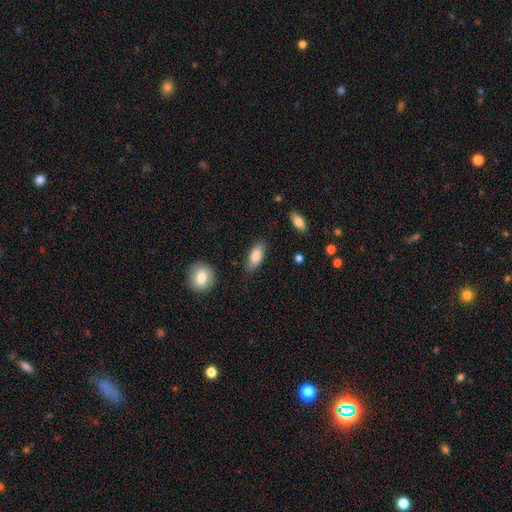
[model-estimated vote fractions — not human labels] A smooth galaxy with no disk features (83%) that is in between round and cigar-shaped (86%). Merging: none (81%).